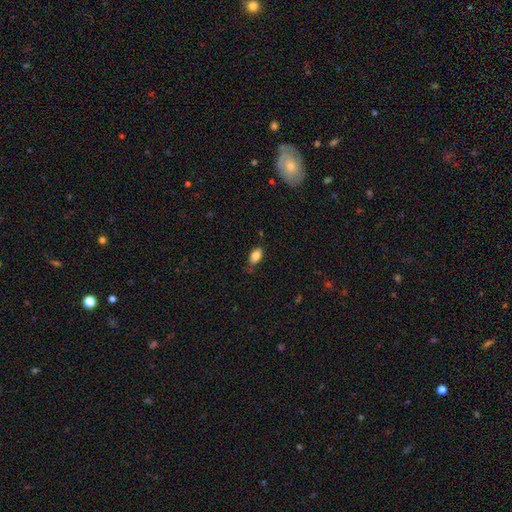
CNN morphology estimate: Smooth or featured? Predicted: smooth (p=0.84). How rounded? Predicted: in between (p=0.91). Merging? Predicted: none (p=0.73).